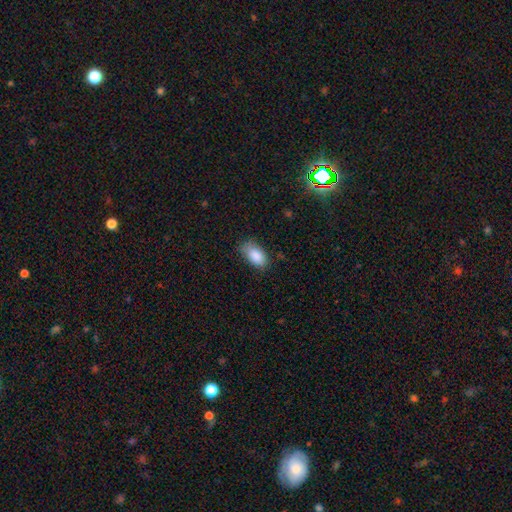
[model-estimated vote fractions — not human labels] Smooth or featured? smooth (88%)
How rounded? in between (93%)
Merging? none (70%)